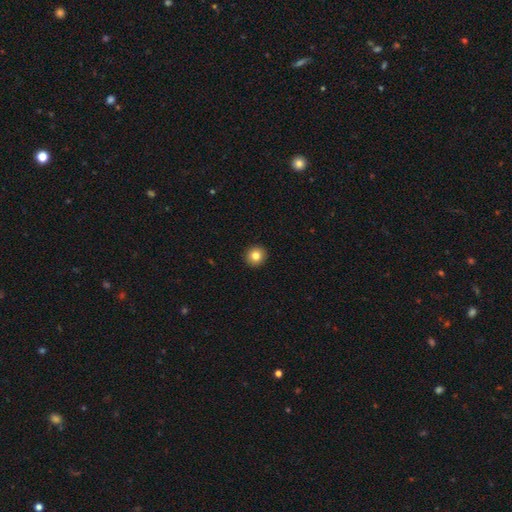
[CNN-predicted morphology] Smooth or featured: smooth — 82% (star or artifact — 10%)
How rounded: round — 93% (in between — 6%)
Merging: none — 93% (minor disturbance — 4%)